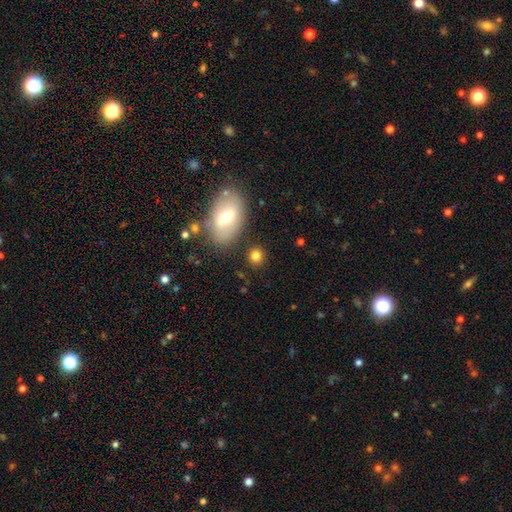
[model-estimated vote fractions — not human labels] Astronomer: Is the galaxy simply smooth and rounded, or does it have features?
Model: smooth — 80%.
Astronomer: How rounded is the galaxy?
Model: round — 75%.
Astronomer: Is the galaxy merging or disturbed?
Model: none — 82%.